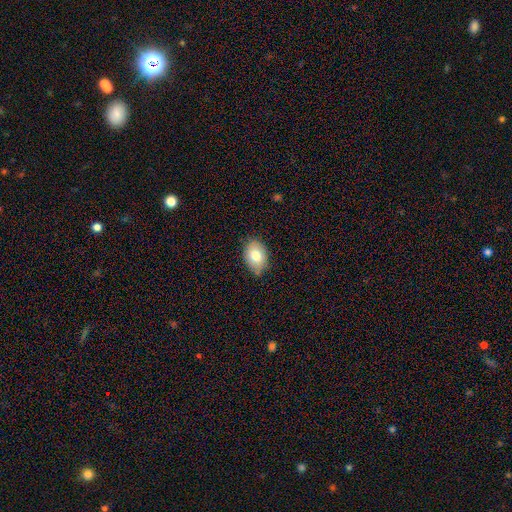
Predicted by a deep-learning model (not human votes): This appears to be a smooth galaxy with no disk features (78%) that is in between round and cigar-shaped (82%). Merging: none (78%).